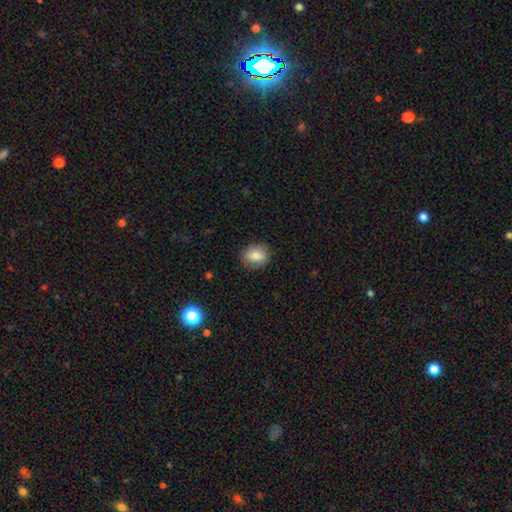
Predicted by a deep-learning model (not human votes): Smooth or featured? smooth (77%)
How rounded? round (63%)
Merging? none (85%)